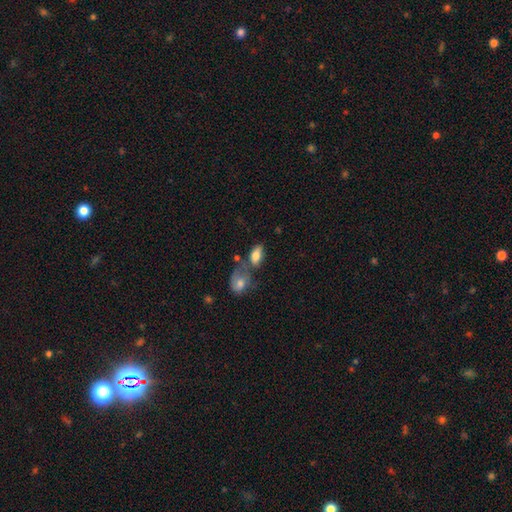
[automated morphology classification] Smooth or featured: smooth — 78% (featured or disk — 14%)
How rounded: in between — 90% (round — 5%)
Merging: none — 40% (merger — 31%)